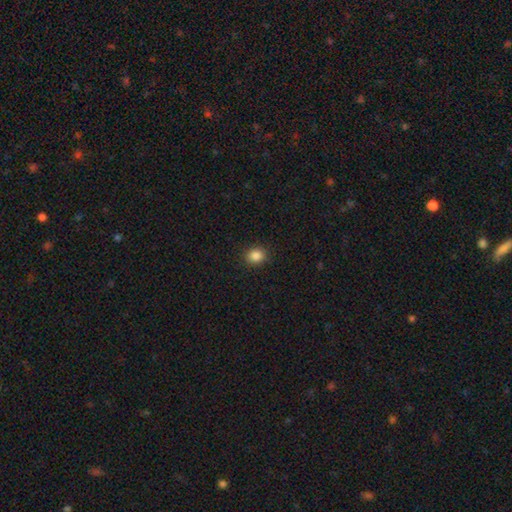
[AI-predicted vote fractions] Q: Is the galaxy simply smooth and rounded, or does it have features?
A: smooth — 86%.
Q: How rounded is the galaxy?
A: round — 72%.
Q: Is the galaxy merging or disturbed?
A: none — 90%.